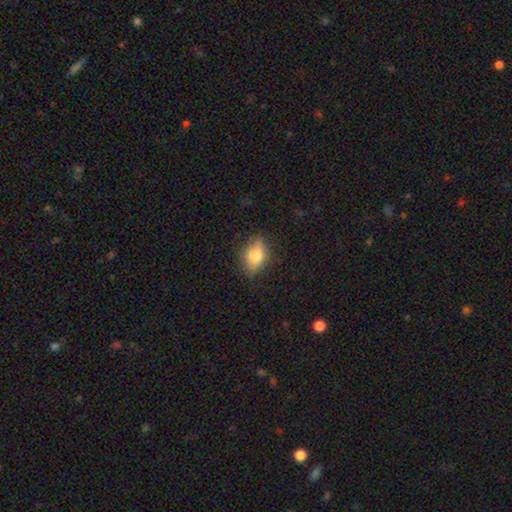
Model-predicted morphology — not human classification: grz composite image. It shows a smooth galaxy with no disk features (67%) that is in between round and cigar-shaped (74%). Merging: none (72%).